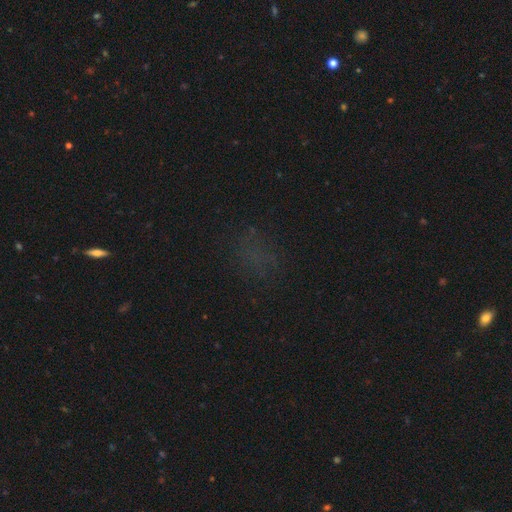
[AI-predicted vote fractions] Smooth or featured: star or artifact — 47% (smooth — 40%)